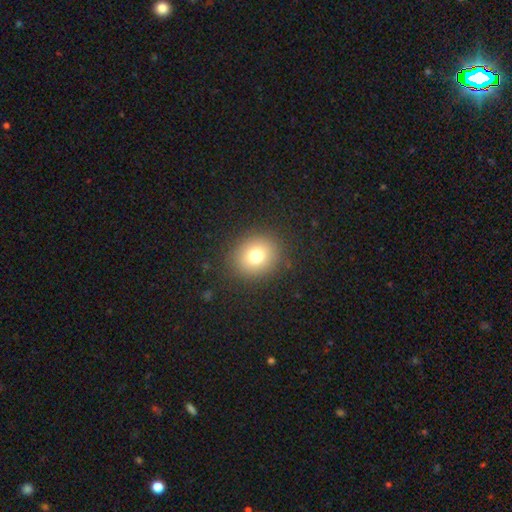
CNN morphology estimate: This appears to be a smooth galaxy with no disk features (76%) that is round (77%). Merging: none (88%).